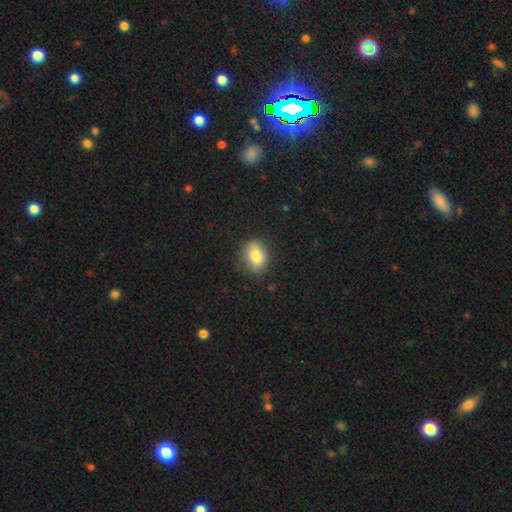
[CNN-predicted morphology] Q: Smooth or featured?
A: smooth (80%); runner-up: featured or disk (11%)
Q: How rounded?
A: in between (52%); runner-up: round (46%)
Q: Merging?
A: none (81%); runner-up: minor disturbance (14%)